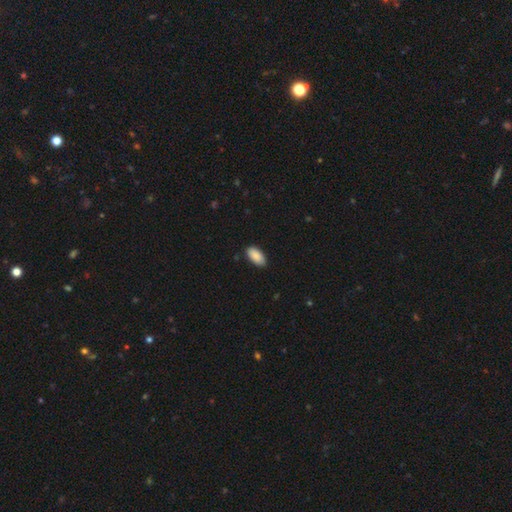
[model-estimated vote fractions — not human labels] This appears to be a smooth galaxy with no disk features (90%) that is in between round and cigar-shaped (95%). Merging: none (88%).